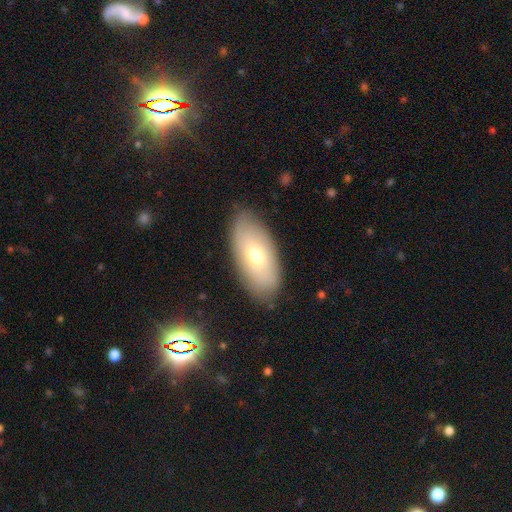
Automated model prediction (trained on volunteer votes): Q: Smooth or featured?
A: smooth (59%); runner-up: featured or disk (32%)
Q: How rounded?
A: in between (90%); runner-up: cigar-shaped (6%)
Q: Merging?
A: none (83%); runner-up: minor disturbance (12%)